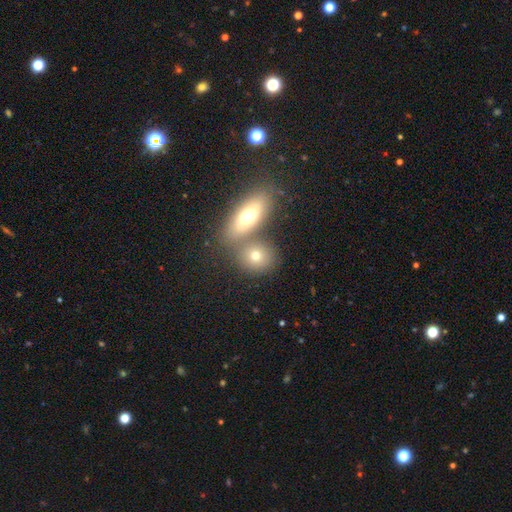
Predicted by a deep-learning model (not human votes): Smooth or featured? Predicted: smooth (p=0.72). How rounded? Predicted: round (p=0.61). Merging? Predicted: none (p=0.57).